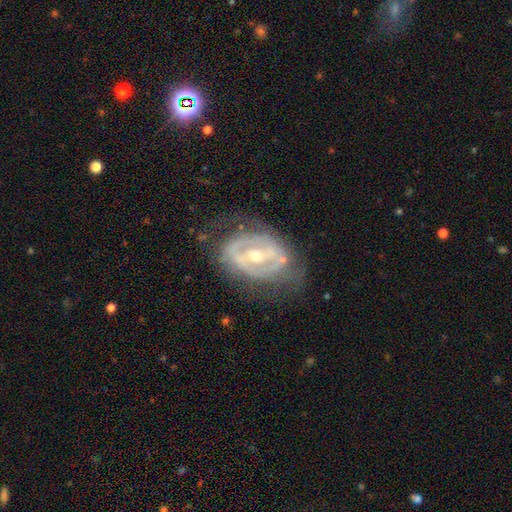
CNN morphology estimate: smooth-or-featured: featured or disk: 83% | smooth: 12% | star or artifact: 6%
  disk-edge-on: no: 94% | yes: 6%
    bar: strong: 46% | weak: 33% | no: 21%
    has-spiral-arms: yes: 59% | no: 41%
    bulge-size: moderate: 54% | small: 42% | large: 2% | none: 1% | dominant: 1%
  merging: none: 63% | minor disturbance: 22% | major disturbance: 13% | merger: 2%